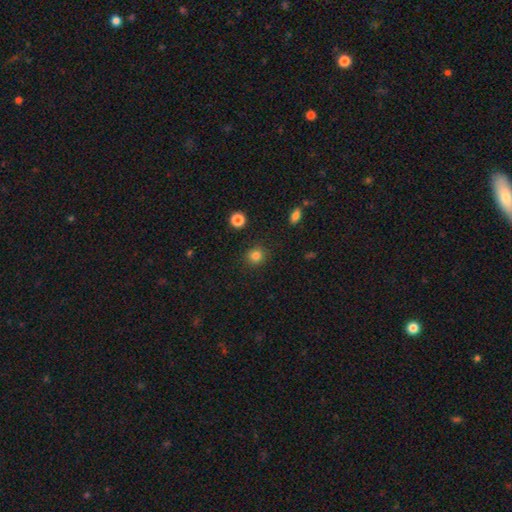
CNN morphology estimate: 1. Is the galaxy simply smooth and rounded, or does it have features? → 83% smooth, 12% star or artifact, 5% featured or disk.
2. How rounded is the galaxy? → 89% round, 10% in between, 1% cigar-shaped.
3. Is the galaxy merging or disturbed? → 90% none, 6% minor disturbance, 2% major disturbance, 1% merger.